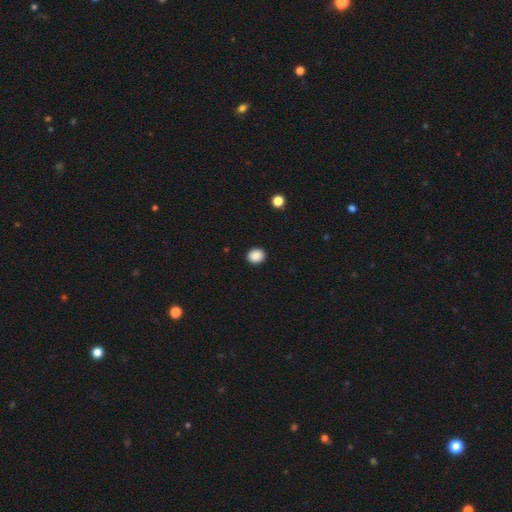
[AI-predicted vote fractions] A smooth galaxy with no disk features (88%) that is round (68%).

Vote fractions:
- Smooth or featured? smooth: 88% / star or artifact: 9% / featured or disk: 2%
- How rounded? round: 68% / in between: 31% / cigar-shaped: 1%
- Merging? none: 92% / minor disturbance: 6% / major disturbance: 2% / merger: 1%